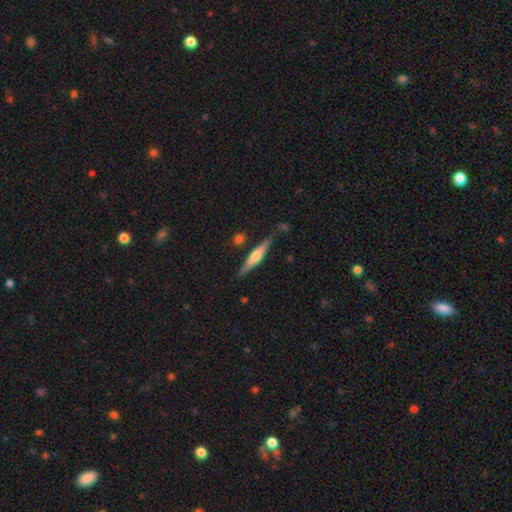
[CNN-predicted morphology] Smooth or featured? Predicted: featured or disk (p=0.51). Edge-on disk? Predicted: yes (p=0.95). Merging? Predicted: none (p=0.80).